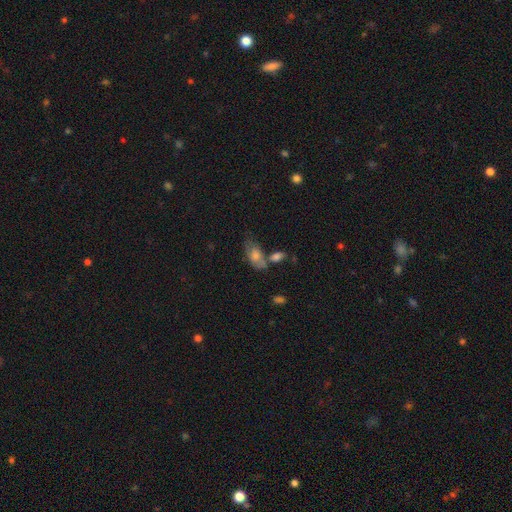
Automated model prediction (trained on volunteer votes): This is likely a smooth galaxy (61%). How rounded: clearly in between (87%). Merging: marginally none (41%).